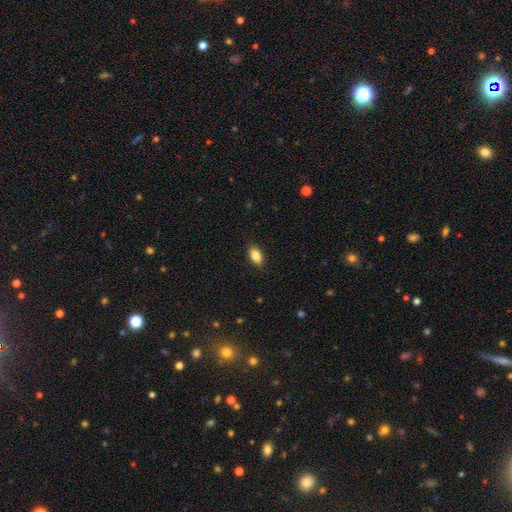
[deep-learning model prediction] This is clearly a smooth galaxy (87%). How rounded: clearly in between (91%). Merging: clearly none (88%).